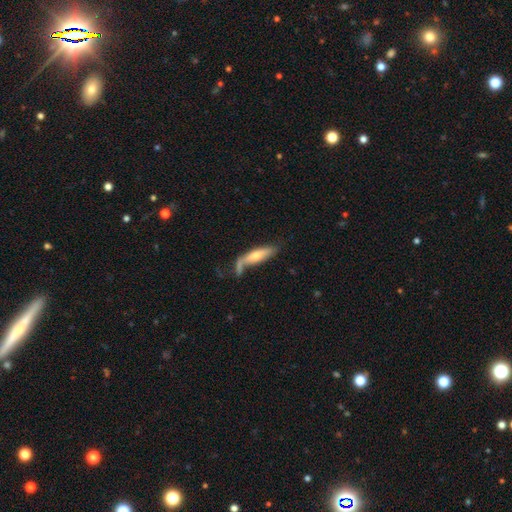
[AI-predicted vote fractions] Smooth or featured? smooth (50%)
Merging? none (45%)